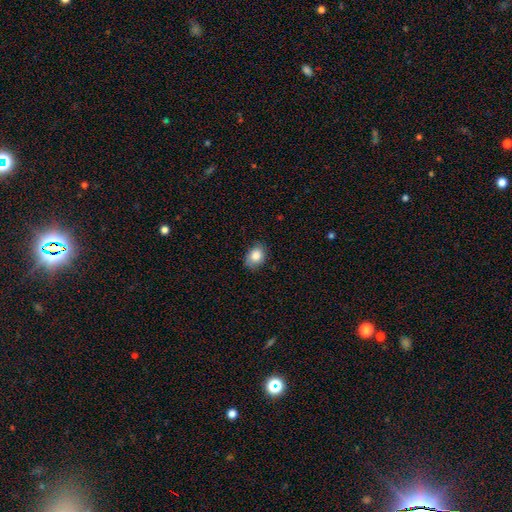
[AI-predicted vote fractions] A smooth galaxy with no disk features (85%) that is in between round and cigar-shaped (63%). Merging: none (79%).